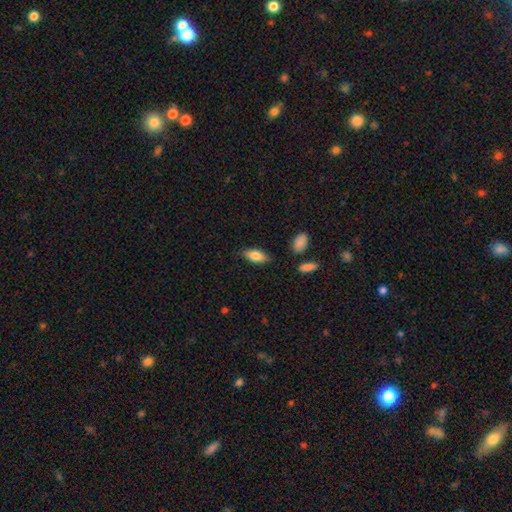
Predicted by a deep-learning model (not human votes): smooth-or-featured: smooth: 77% | featured or disk: 16% | star or artifact: 7%
  how-rounded: in between: 81% | cigar-shaped: 16% | round: 3%
  merging: none: 82% | minor disturbance: 13% | major disturbance: 3% | merger: 2%